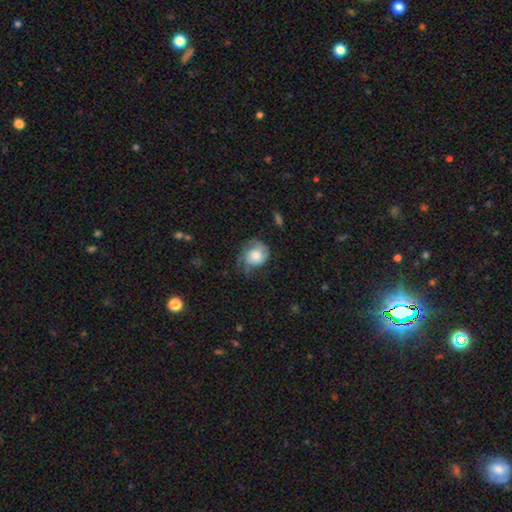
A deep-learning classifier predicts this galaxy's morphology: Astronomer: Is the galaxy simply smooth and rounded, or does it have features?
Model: featured or disk — 52% (runner-up: smooth, 40%).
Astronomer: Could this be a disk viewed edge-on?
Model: no — 97%.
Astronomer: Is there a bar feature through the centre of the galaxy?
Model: no — 80%.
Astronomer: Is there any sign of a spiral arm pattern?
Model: yes — 84%.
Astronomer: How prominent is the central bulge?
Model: moderate — 41% (runner-up: large, 37%).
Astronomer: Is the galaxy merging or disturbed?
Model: none — 44% (runner-up: minor disturbance, 29%).